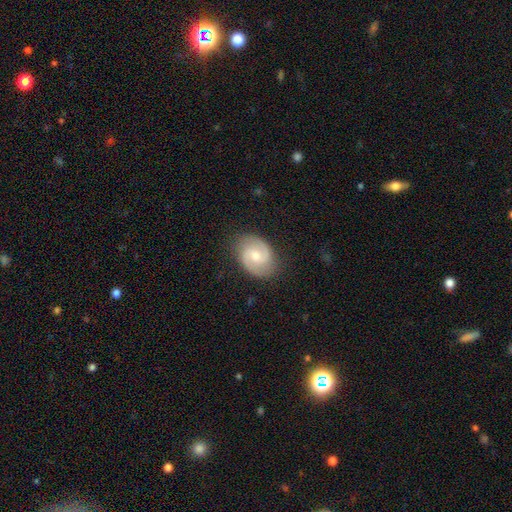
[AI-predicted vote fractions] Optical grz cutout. It shows a featured or disk galaxy (81%) with a weak bar (49%), 2 (91%) medium (53%) spiral arms (96%) and a moderate central bulge (58%). Merging: none (82%).